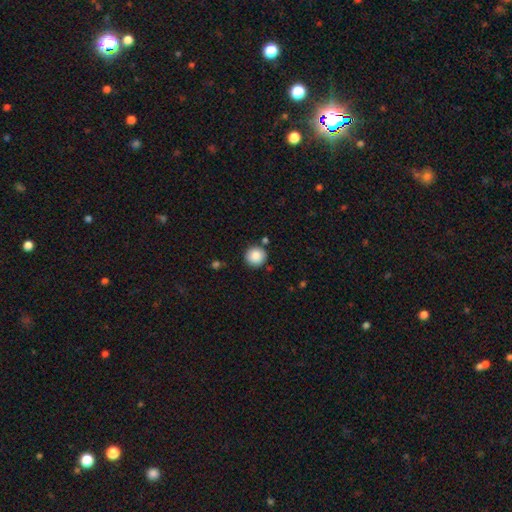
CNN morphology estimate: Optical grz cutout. It shows a smooth galaxy with no disk features (87%) that is round (95%). Merging: none (86%).